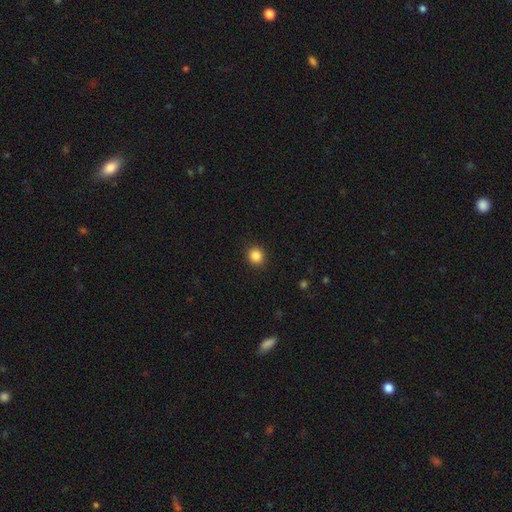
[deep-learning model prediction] Morphology: type=smooth (87%); roundness=round (86%); merging=none (91%).